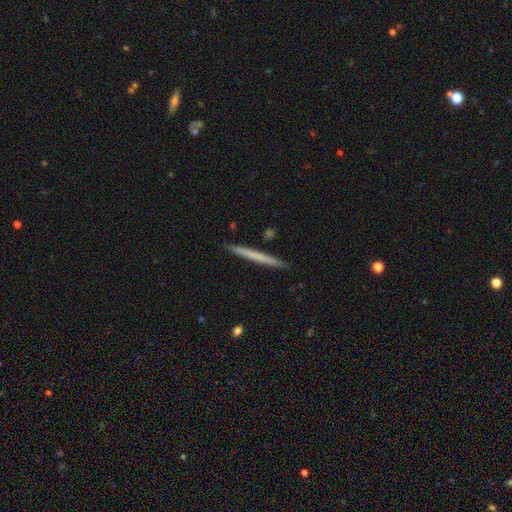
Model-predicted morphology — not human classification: smooth_or_featured: smooth (p=0.58) [alt: featured or disk p=0.37]
how_rounded: cigar-shaped (p=0.97) [alt: in between p=0.01]
merging: none (p=0.92) [alt: minor disturbance p=0.06]